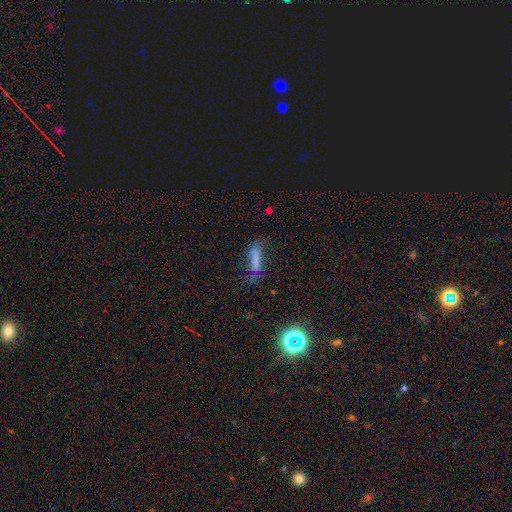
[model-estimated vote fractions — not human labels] Morphology: type=smooth (68%); roundness=cigar-shaped (66%); merging=none (50%).